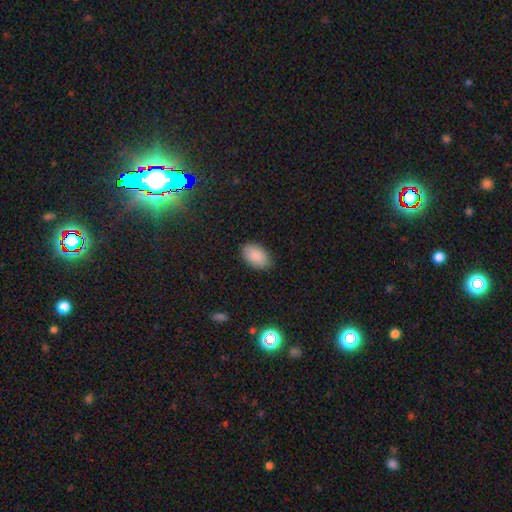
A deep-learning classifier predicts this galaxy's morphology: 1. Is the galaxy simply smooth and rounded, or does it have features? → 89% smooth, 7% star or artifact, 4% featured or disk.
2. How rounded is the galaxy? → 93% in between, 6% round, 1% cigar-shaped.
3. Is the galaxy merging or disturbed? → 85% none, 11% minor disturbance, 2% major disturbance, 1% merger.